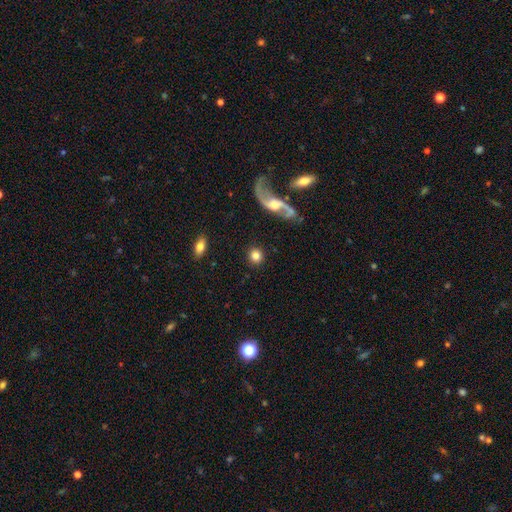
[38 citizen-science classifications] Morphology: type=smooth (92%); roundness=round (91%); merging=none (94%).